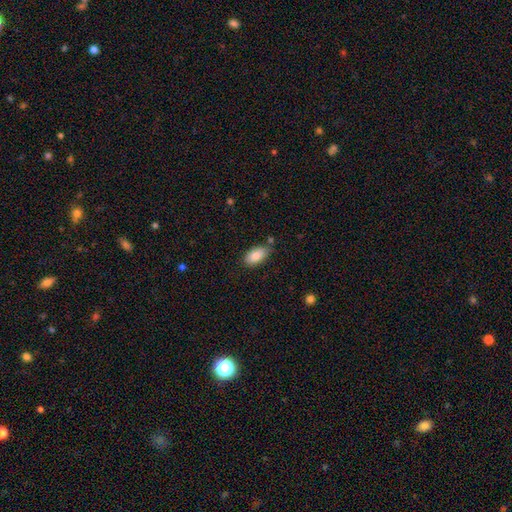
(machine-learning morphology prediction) This is clearly a smooth galaxy (85%). How rounded: clearly in between (93%). Merging: likely none (73%).